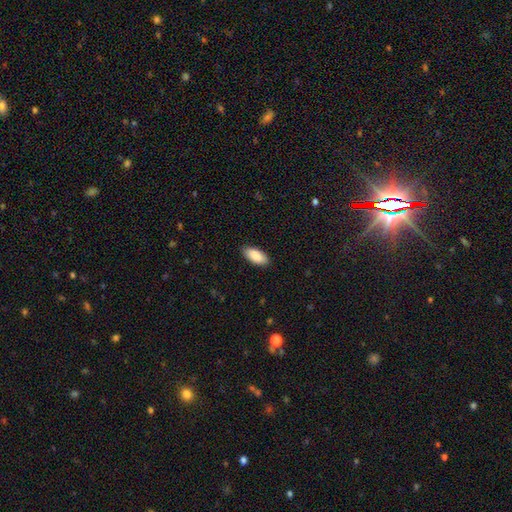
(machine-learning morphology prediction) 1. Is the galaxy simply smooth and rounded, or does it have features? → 87% smooth, 7% featured or disk, 6% star or artifact.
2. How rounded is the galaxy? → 89% in between, 9% cigar-shaped, 2% round.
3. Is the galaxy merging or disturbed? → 89% none, 9% minor disturbance, 2% major disturbance, 1% merger.